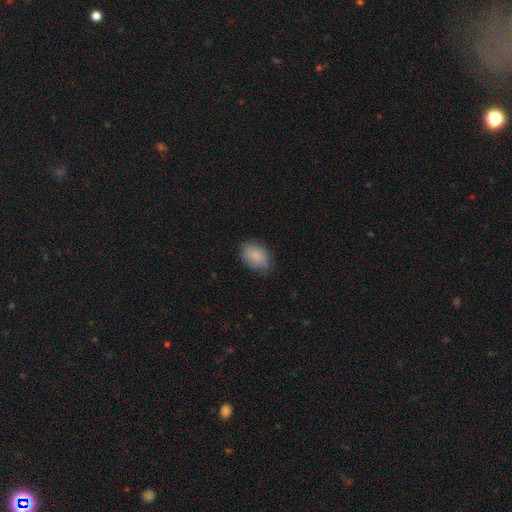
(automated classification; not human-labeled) Smooth or featured: smooth — 82% (featured or disk — 11%)
How rounded: in between — 76% (round — 23%)
Merging: none — 69% (minor disturbance — 24%)